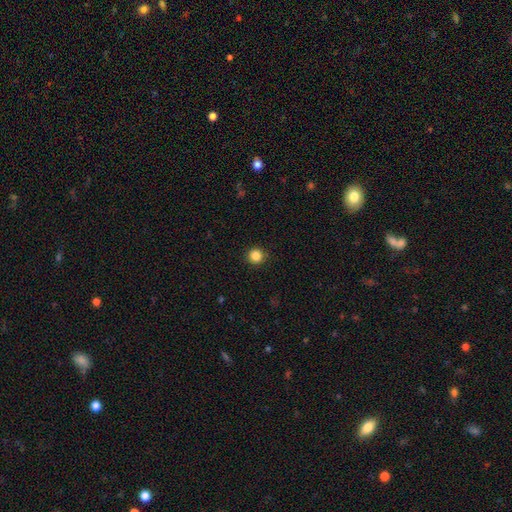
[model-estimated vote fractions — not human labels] This is clearly a smooth galaxy (86%). How rounded: clearly round (94%). Merging: clearly none (91%).